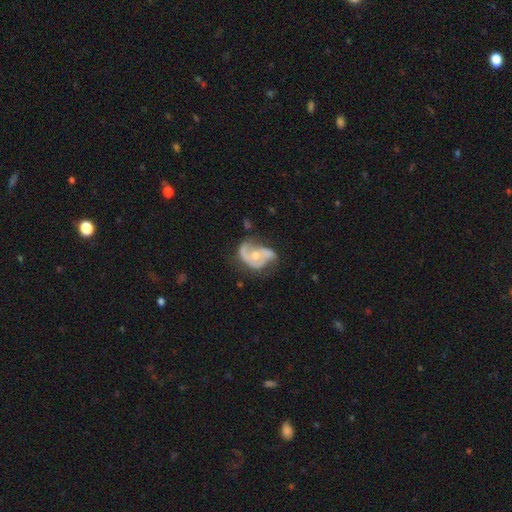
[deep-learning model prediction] Q: Smooth or featured?
A: featured or disk (79%); runner-up: smooth (15%)
Q: Edge-on disk?
A: no (97%); runner-up: yes (3%)
Q: Bar?
A: no (69%); runner-up: weak (24%)
Q: Spiral arms?
A: yes (86%); runner-up: no (14%)
Q: Spiral winding?
A: medium (45%); runner-up: loose (35%)
Q: Spiral arm count?
A: 2 (70%); runner-up: can't tell (10%)
Q: Bulge size?
A: moderate (63%); runner-up: small (31%)
Q: Merging?
A: none (41%); runner-up: minor disturbance (29%)